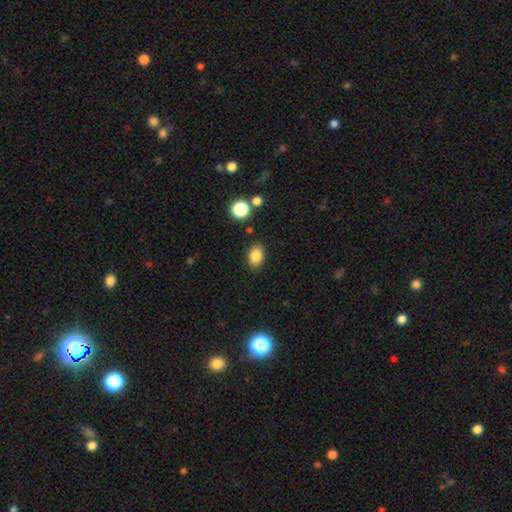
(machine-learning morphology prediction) A smooth galaxy with no disk features (85%) that is in between round and cigar-shaped (77%).

Vote fractions:
- Smooth or featured? smooth: 85% / star or artifact: 10% / featured or disk: 5%
- How rounded? in between: 77% / round: 22% / cigar-shaped: 1%
- Merging? none: 85% / minor disturbance: 10% / major disturbance: 3% / merger: 2%